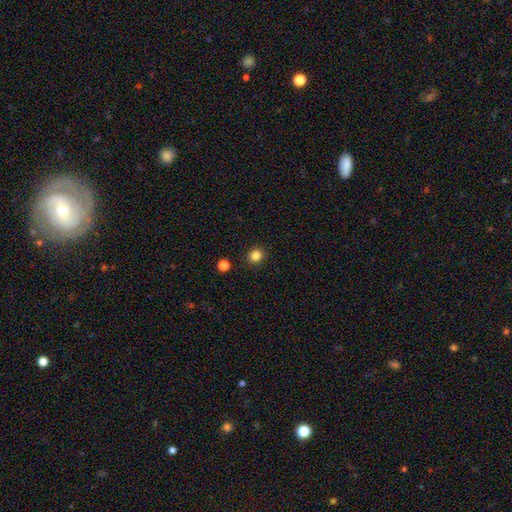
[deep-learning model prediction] Morphology: type=smooth (84%); roundness=round (89%); merging=none (91%).